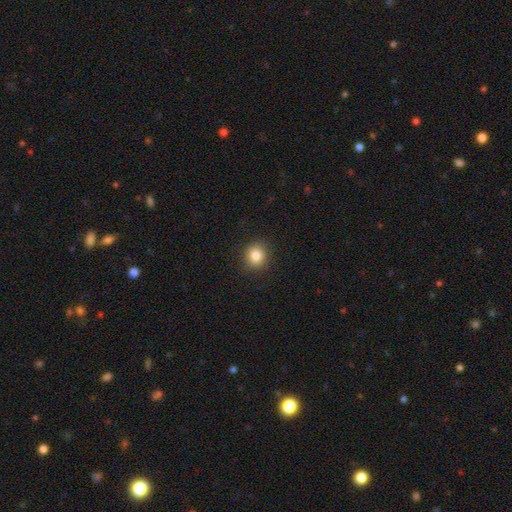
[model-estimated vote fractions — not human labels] Q: Smooth or featured?
A: smooth (83%); runner-up: star or artifact (11%)
Q: How rounded?
A: round (84%); runner-up: in between (15%)
Q: Merging?
A: none (90%); runner-up: minor disturbance (7%)